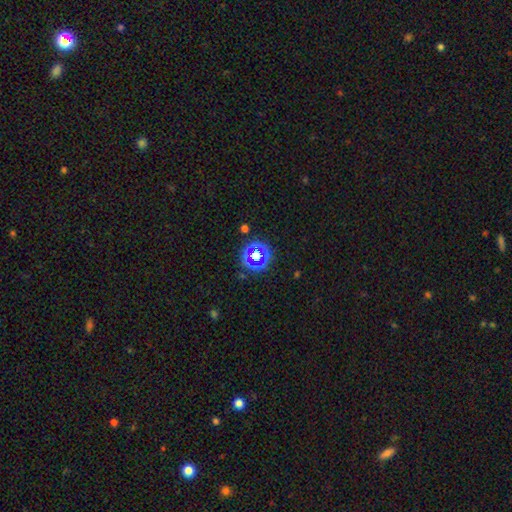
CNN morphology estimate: smooth-or-featured: star or artifact: 55% | smooth: 31% | featured or disk: 14%